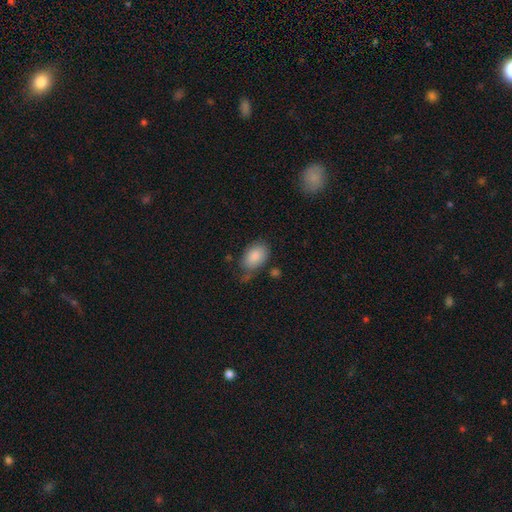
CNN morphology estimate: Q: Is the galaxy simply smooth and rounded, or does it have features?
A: smooth — 87%.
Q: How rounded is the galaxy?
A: in between — 89%.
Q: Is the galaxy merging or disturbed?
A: none — 55%.